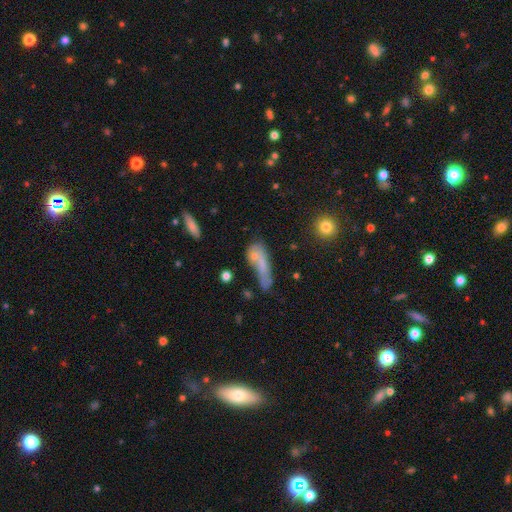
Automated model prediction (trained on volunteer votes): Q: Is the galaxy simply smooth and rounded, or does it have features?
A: smooth — 40%.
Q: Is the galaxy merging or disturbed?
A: none — 55%.